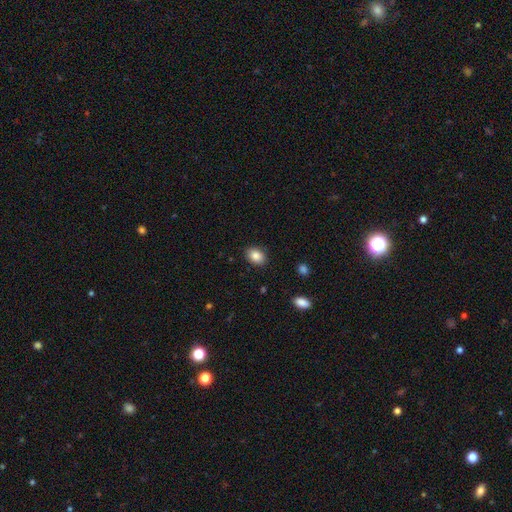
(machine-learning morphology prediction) smooth_or_featured: smooth (p=0.86) [alt: star or artifact p=0.08]
how_rounded: in between (p=0.74) [alt: round p=0.25]
merging: none (p=0.88) [alt: minor disturbance p=0.09]